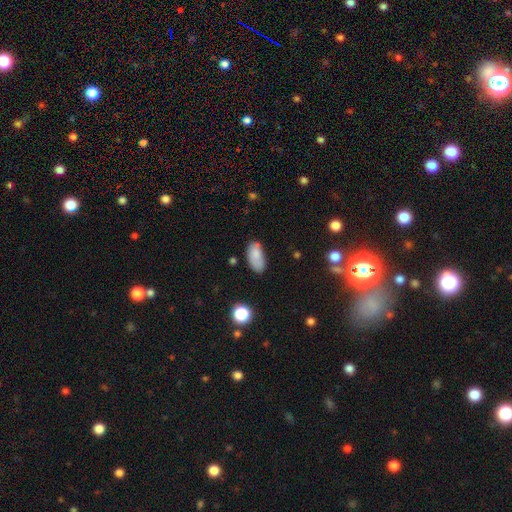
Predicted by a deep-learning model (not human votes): Morphology: type=smooth (82%); roundness=in between (92%); merging=none (67%).